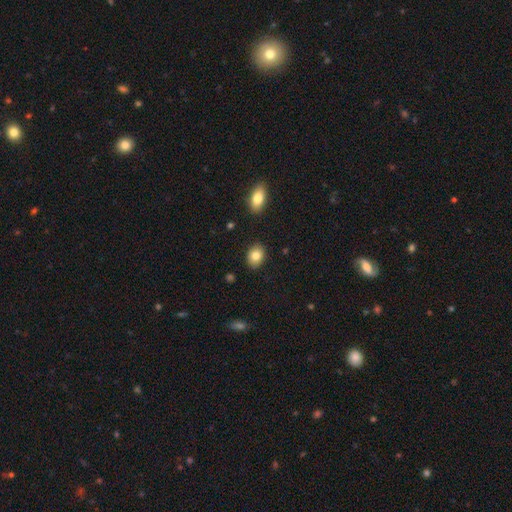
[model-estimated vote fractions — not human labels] This is clearly a smooth galaxy (83%). How rounded: likely in between (64%). Merging: clearly none (88%).